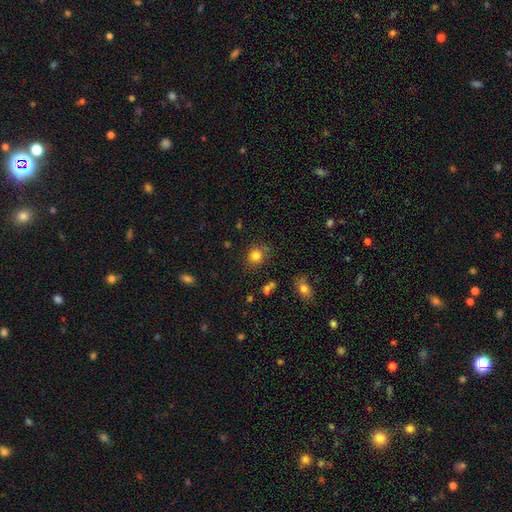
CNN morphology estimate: The model was most divided on "how rounded": round: 76%, in between: 23%, cigar-shaped: 1%. More confident: smooth or featured — smooth (82%); merging — none (74%).